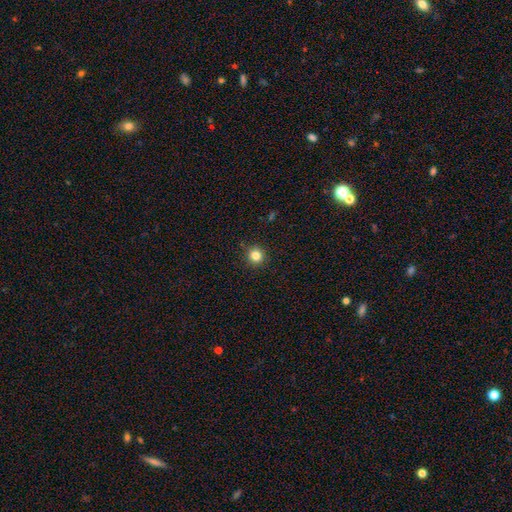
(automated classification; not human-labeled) Smooth or featured: smooth — 82% (star or artifact — 12%)
How rounded: round — 93% (in between — 6%)
Merging: none — 91% (minor disturbance — 6%)